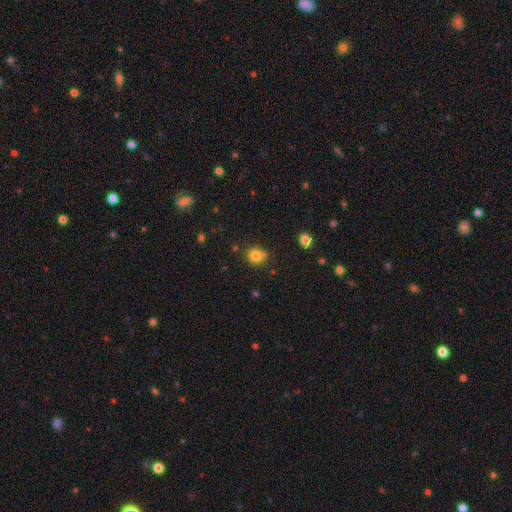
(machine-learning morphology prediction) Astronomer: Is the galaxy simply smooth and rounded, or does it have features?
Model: smooth — 80%.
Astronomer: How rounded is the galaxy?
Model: round — 86%.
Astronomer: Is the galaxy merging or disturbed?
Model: none — 70%.